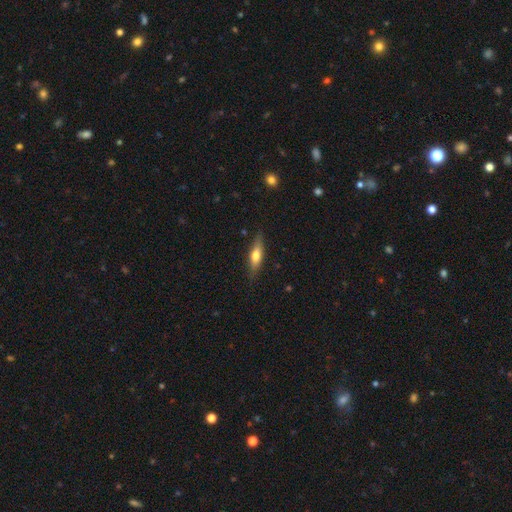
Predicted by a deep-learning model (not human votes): This is possibly a smooth galaxy (58%). How rounded: possibly cigar-shaped (58%). Merging: clearly none (82%).